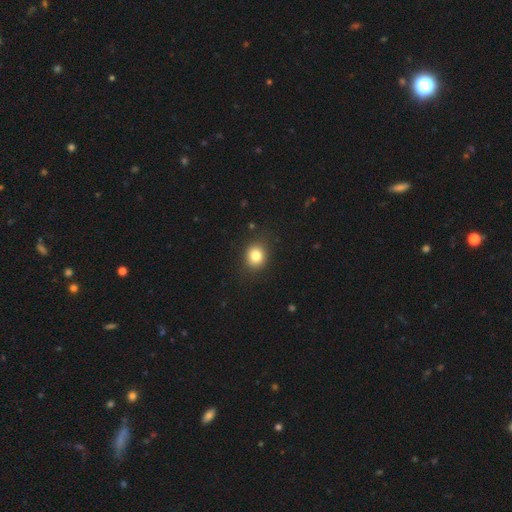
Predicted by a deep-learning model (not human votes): A smooth galaxy with no disk features (83%) that is round (70%).

Vote fractions:
- Smooth or featured? smooth: 83% / star or artifact: 10% / featured or disk: 7%
- How rounded? round: 70% / in between: 29% / cigar-shaped: 1%
- Merging? none: 87% / minor disturbance: 9% / major disturbance: 3% / merger: 1%